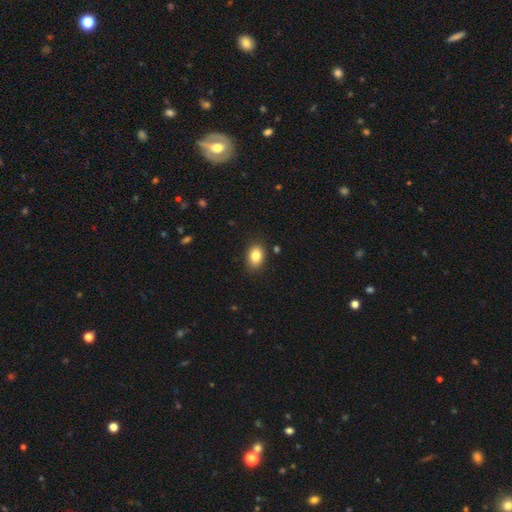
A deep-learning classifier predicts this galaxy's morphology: Smooth or featured: smooth — 84% (star or artifact — 9%)
How rounded: in between — 78% (round — 21%)
Merging: none — 86% (minor disturbance — 10%)